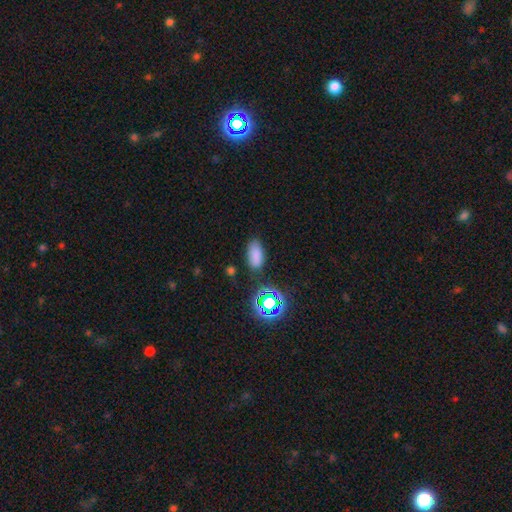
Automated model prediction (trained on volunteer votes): Q: Smooth or featured?
A: smooth (75%); runner-up: star or artifact (18%)
Q: How rounded?
A: in between (90%); runner-up: round (5%)
Q: Merging?
A: none (78%); runner-up: minor disturbance (14%)